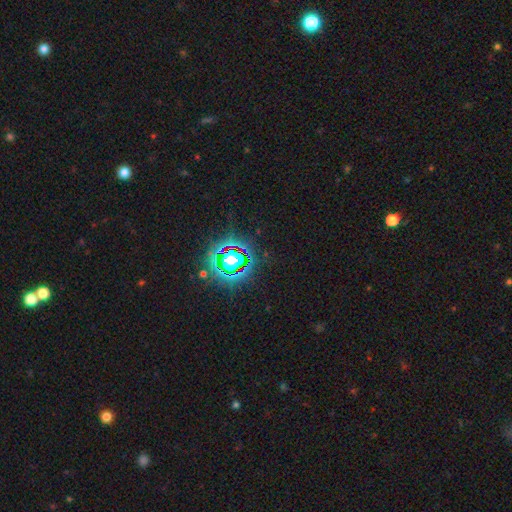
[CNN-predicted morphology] This is clearly a star or artifact rather than a galaxy (80%).